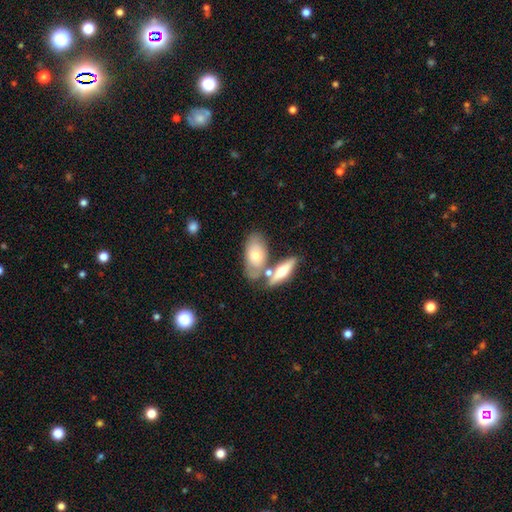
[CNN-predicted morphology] The model was most divided on "merging": none: 49%, merger: 32%, minor disturbance: 14%, major disturbance: 5%. More confident: how rounded — in between (86%); smooth or featured — smooth (56%).